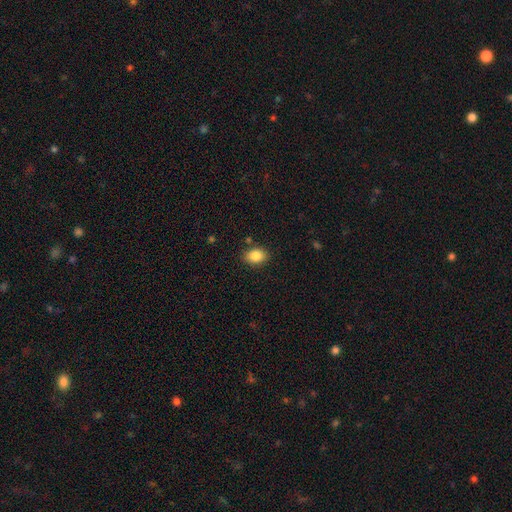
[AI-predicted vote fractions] This appears to be a smooth galaxy with no disk features (87%) that is in between round and cigar-shaped (72%). Merging: none (84%).